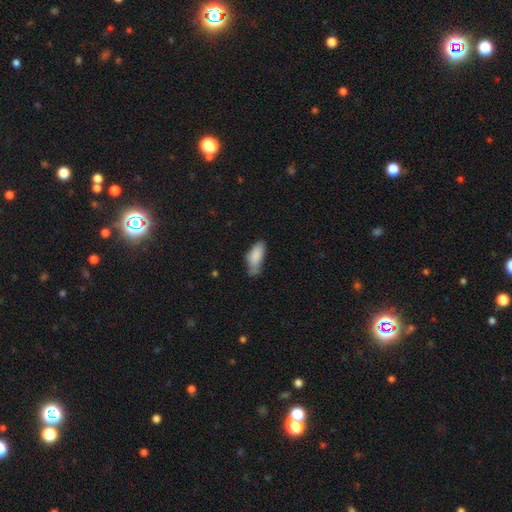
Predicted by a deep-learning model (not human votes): This is clearly a smooth galaxy (85%). How rounded: likely in between (80%). Merging: marginally none (45%).